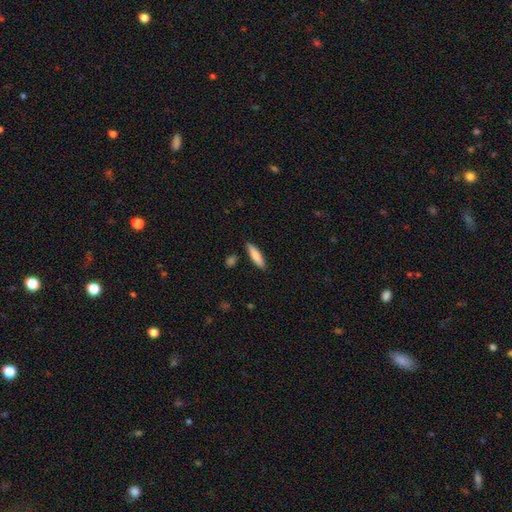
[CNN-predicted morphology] Smooth or featured?
  - smooth: 83% *
  - featured or disk: 12%
  - star or artifact: 6%
How rounded?
  - cigar-shaped: 72% *
  - in between: 26%
  - round: 2%
Merging?
  - none: 86% *
  - minor disturbance: 9%
  - merger: 3%
  - major disturbance: 2%